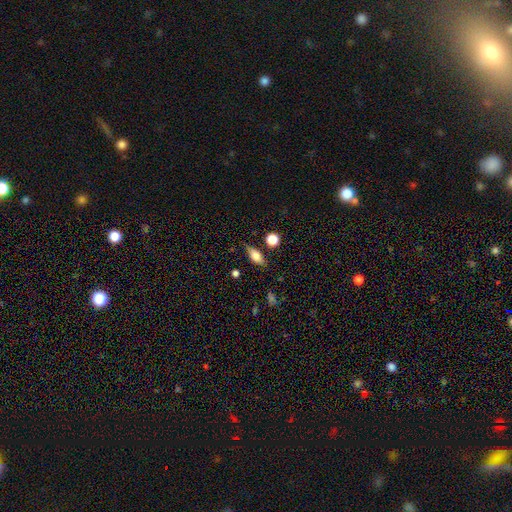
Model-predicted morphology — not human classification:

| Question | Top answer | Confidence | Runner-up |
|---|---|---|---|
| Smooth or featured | smooth | 63% | featured or disk (28%) |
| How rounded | in between | 72% | cigar-shaped (21%) |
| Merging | none | 77% | minor disturbance (16%) |